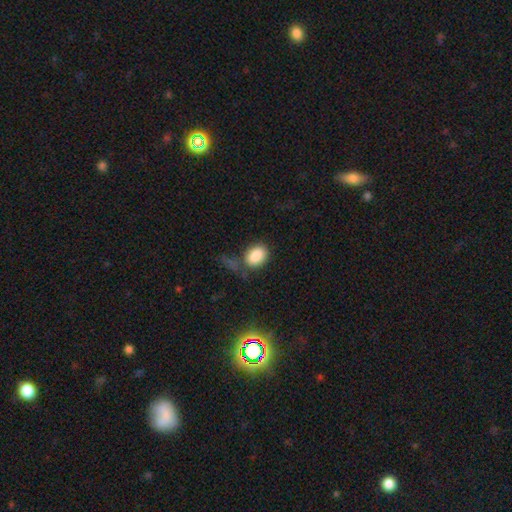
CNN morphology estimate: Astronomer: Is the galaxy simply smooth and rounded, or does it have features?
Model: smooth — 86%.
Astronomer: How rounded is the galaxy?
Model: in between — 74%.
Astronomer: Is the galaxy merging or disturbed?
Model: none — 58%.